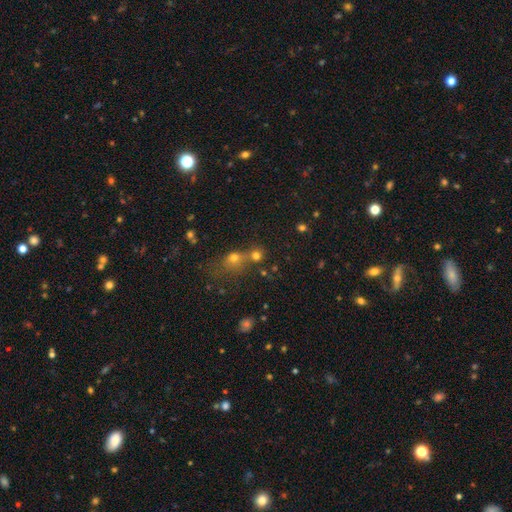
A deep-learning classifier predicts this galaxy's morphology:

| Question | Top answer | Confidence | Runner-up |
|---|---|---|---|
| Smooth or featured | smooth | 72% | star or artifact (19%) |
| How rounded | round | 84% | in between (14%) |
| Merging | none | 48% | merger (40%) |